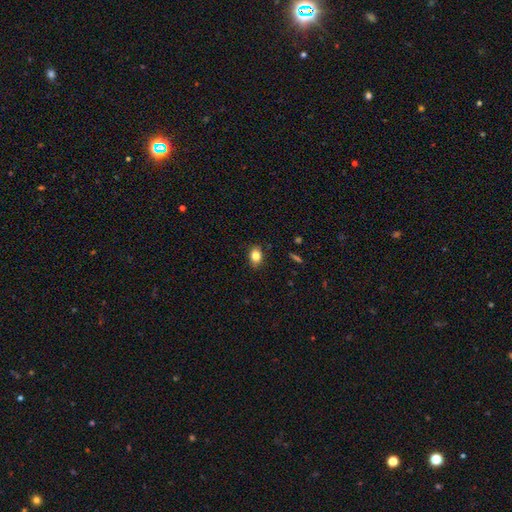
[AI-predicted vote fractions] This is clearly a smooth galaxy (82%). How rounded: likely in between (69%). Merging: clearly none (84%).